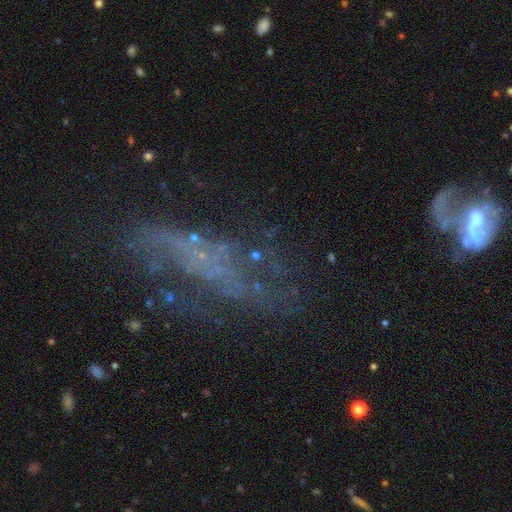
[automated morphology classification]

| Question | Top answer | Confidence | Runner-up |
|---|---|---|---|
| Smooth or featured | featured or disk | 45% | star or artifact (34%) |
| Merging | none | 43% | major disturbance (31%) |